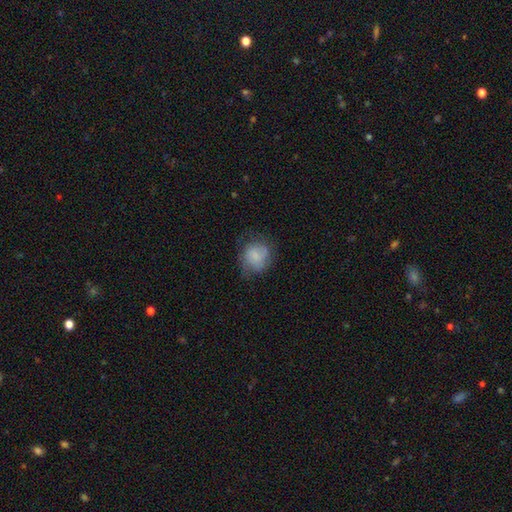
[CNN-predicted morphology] The model was most divided on "merging": none: 57%, minor disturbance: 27%, major disturbance: 14%, merger: 2%. More confident: how rounded — round (76%); smooth or featured — smooth (66%).